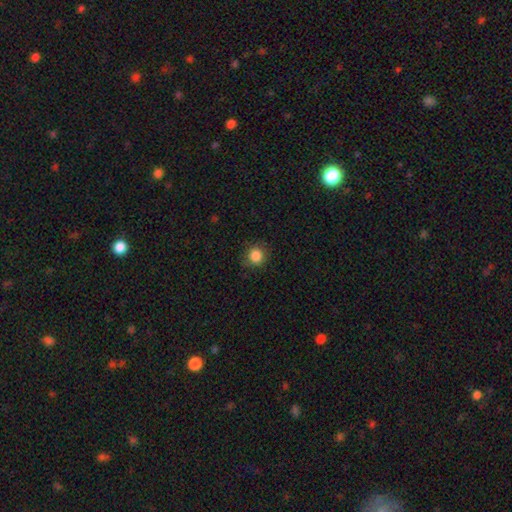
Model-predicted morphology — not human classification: type=smooth (86%); roundness=round (87%); merging=none (85%).